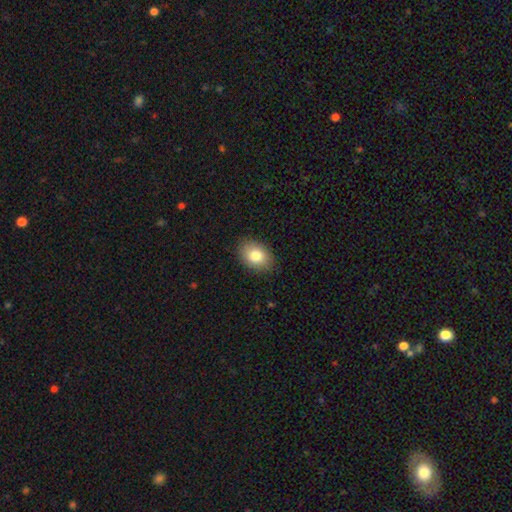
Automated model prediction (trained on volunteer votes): Smooth or featured? smooth (82%)
How rounded? in between (79%)
Merging? none (87%)